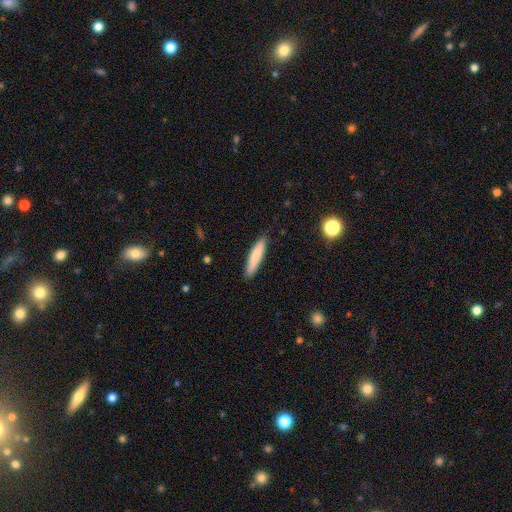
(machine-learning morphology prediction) Q: Smooth or featured?
A: smooth (79%); runner-up: featured or disk (16%)
Q: How rounded?
A: cigar-shaped (89%); runner-up: in between (10%)
Q: Merging?
A: none (88%); runner-up: minor disturbance (9%)